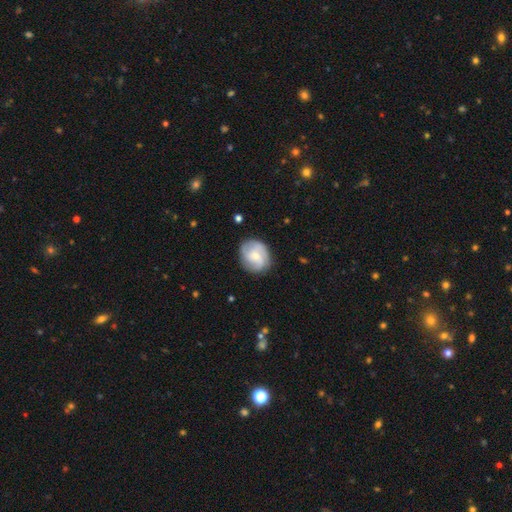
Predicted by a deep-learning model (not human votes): Smooth or featured?
  - featured or disk: 56% *
  - smooth: 38%
  - star or artifact: 7%
Edge-on disk?
  - no: 97% *
  - yes: 3%
Bar?
  - no: 57% *
  - weak: 36%
  - strong: 7%
Spiral arms?
  - yes: 86% *
  - no: 14%
Bulge size?
  - small: 52% *
  - moderate: 42%
  - none: 3%
  - large: 3%
  - dominant: 1%
Merging?
  - none: 79% *
  - minor disturbance: 15%
  - major disturbance: 5%
  - merger: 1%